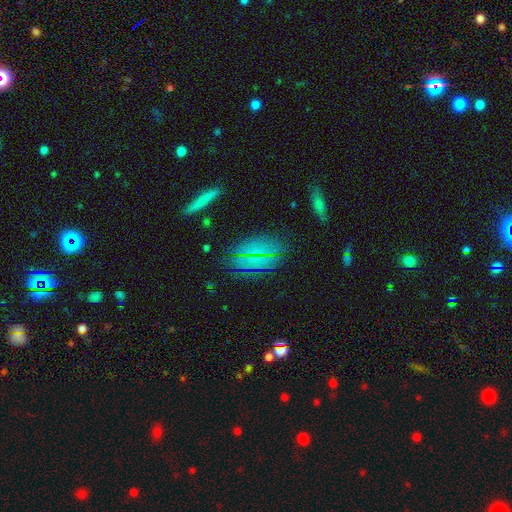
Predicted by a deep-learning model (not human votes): Smooth or featured: smooth — 52% (featured or disk — 27%)
How rounded: in between — 79% (round — 14%)
Merging: none — 75% (minor disturbance — 16%)